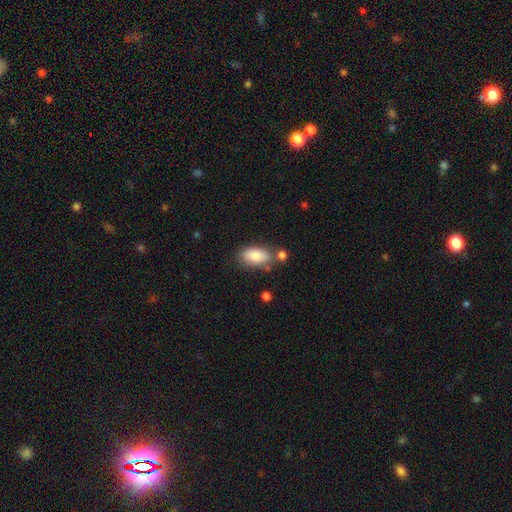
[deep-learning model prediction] Overall: smooth (84%). How rounded: in between (92%). Merging: none (65%).